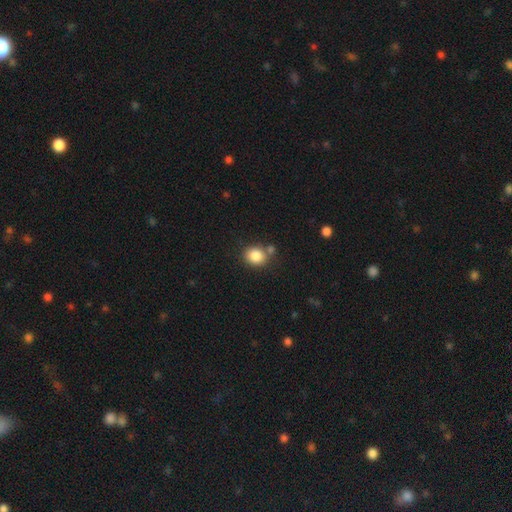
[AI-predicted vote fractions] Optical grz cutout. It shows a smooth galaxy with no disk features (85%) that is round (65%). Merging: none (69%).